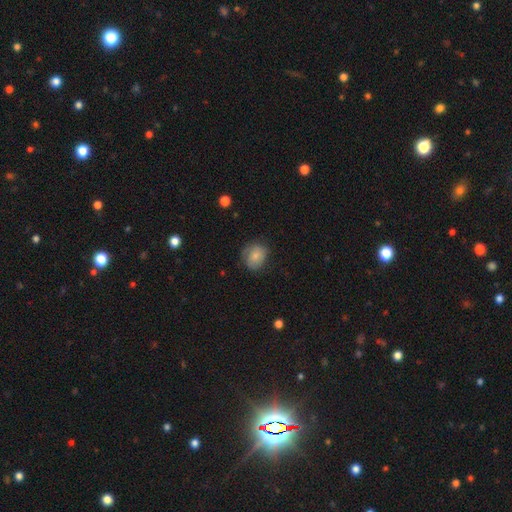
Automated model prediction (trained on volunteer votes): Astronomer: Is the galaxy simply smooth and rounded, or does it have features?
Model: smooth — 67%.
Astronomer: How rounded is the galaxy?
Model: round — 56% (runner-up: in between, 43%).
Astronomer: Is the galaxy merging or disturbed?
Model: none — 61%.